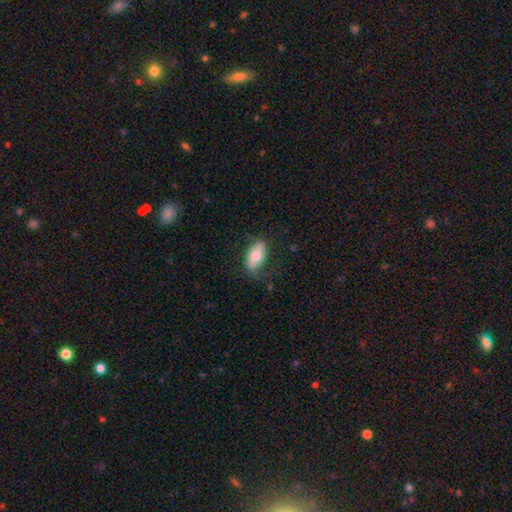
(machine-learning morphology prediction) smooth-or-featured: smooth: 70% | featured or disk: 24% | star or artifact: 6%
  how-rounded: in between: 91% | cigar-shaped: 6% | round: 3%
  merging: none: 66% | minor disturbance: 24% | major disturbance: 9% | merger: 2%